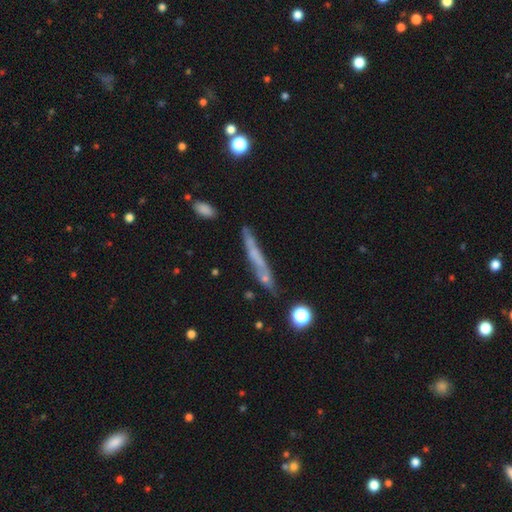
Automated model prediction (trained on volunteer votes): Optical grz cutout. It shows a smooth galaxy with no disk features (45%). Merging: none (67%).